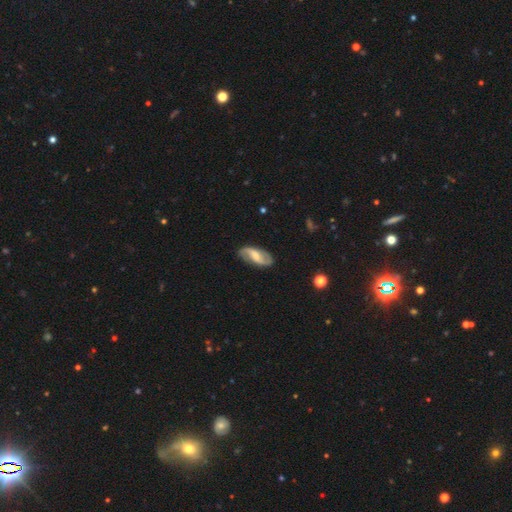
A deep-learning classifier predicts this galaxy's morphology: The model was most divided on "bulge size": moderate: 39%, small: 34%, none: 18%, large: 8%, dominant: 2%. Remaining: edge-on disk — no (95%); spiral arms — yes (93%); spiral arm count — 2 (90%); merging — none (81%); smooth or featured — featured or disk (75%); spiral winding — loose (55%); bar — weak (50%).